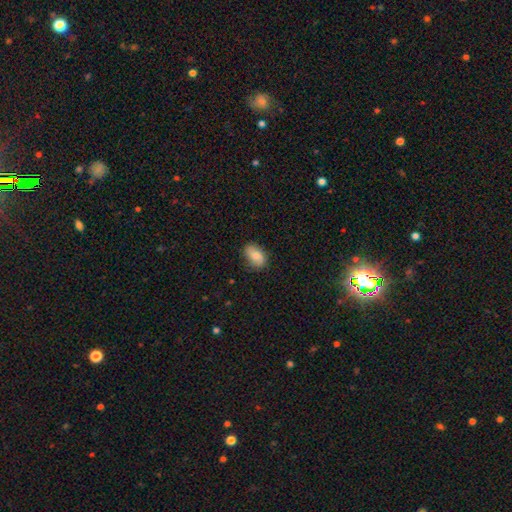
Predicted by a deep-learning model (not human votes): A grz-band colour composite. It shows a smooth galaxy with no disk features (76%) that is in between round and cigar-shaped (88%). Merging: none (76%).